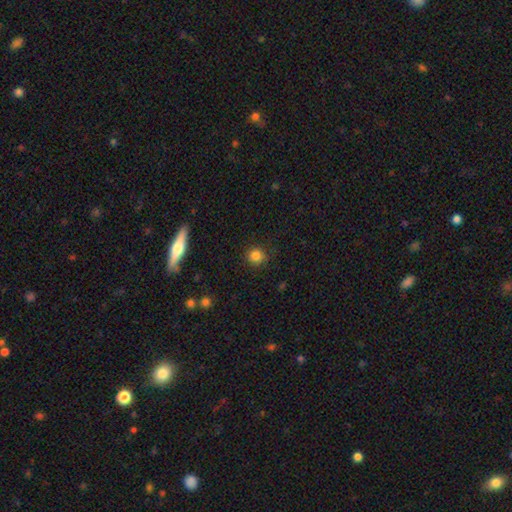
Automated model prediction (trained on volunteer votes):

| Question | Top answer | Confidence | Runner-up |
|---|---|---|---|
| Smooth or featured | smooth | 83% | star or artifact (13%) |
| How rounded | round | 91% | in between (8%) |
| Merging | none | 86% | minor disturbance (10%) |